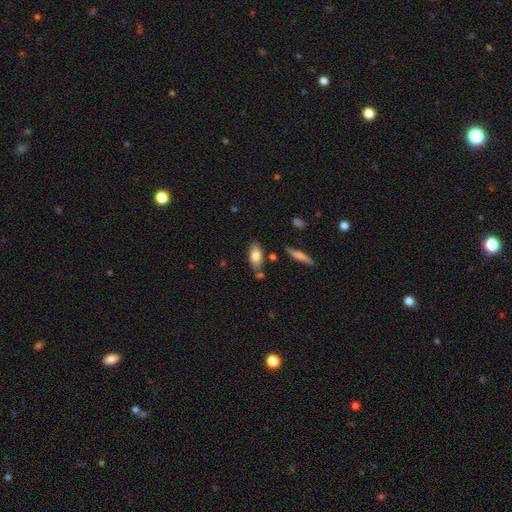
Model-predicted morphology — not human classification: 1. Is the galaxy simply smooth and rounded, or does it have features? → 79% smooth, 14% featured or disk, 7% star or artifact.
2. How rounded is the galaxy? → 89% in between, 8% cigar-shaped, 3% round.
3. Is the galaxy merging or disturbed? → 73% none, 15% minor disturbance, 8% merger, 3% major disturbance.